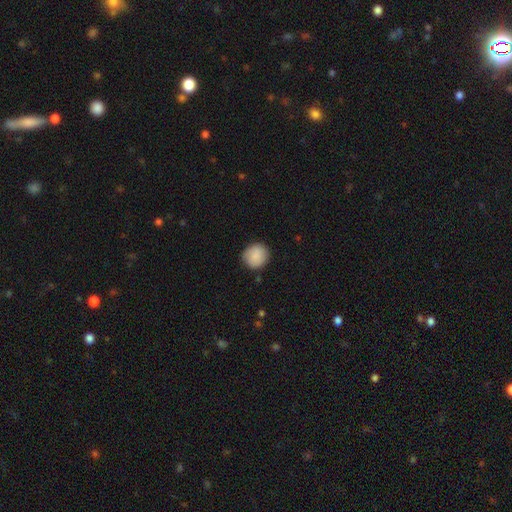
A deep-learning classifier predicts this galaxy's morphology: Q: Smooth or featured?
A: smooth (86%); runner-up: featured or disk (7%)
Q: How rounded?
A: round (84%); runner-up: in between (15%)
Q: Merging?
A: none (87%); runner-up: minor disturbance (10%)